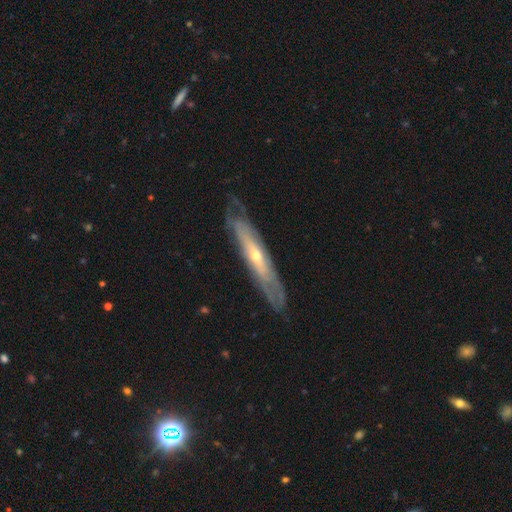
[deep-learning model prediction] A featured or disk galaxy (73%) viewed edge-on (54%).

Vote fractions:
- Smooth or featured? featured or disk: 73% / smooth: 22% / star or artifact: 6%
- Edge-on disk? yes: 54% / no: 46%
- Merging? none: 71% / minor disturbance: 19% / major disturbance: 8% / merger: 1%